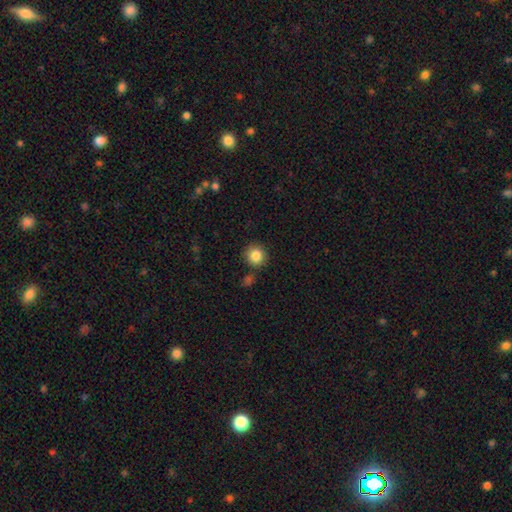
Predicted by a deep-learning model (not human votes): The model was most divided on "smooth or featured": smooth: 84%, star or artifact: 10%, featured or disk: 6%. More confident: how rounded — round (92%); merging — none (85%).